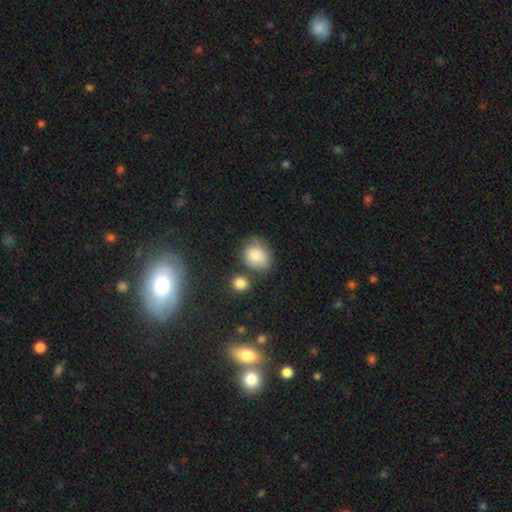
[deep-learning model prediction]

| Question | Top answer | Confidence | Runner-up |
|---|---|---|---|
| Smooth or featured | smooth | 80% | featured or disk (11%) |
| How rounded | round | 52% | in between (47%) |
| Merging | none | 55% | minor disturbance (25%) |